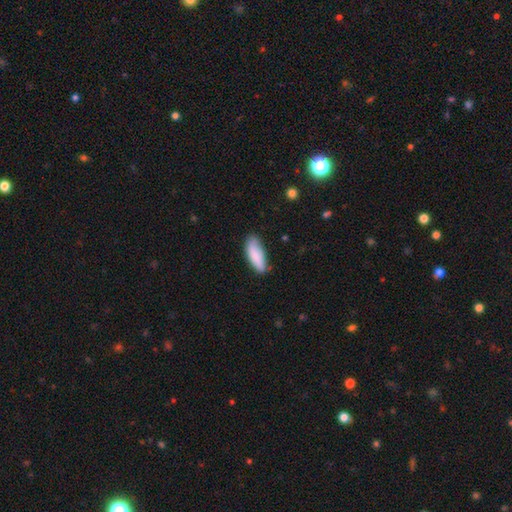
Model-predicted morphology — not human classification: Smooth or featured: smooth — 83% (featured or disk — 11%)
How rounded: in between — 70% (cigar-shaped — 28%)
Merging: none — 71% (minor disturbance — 23%)